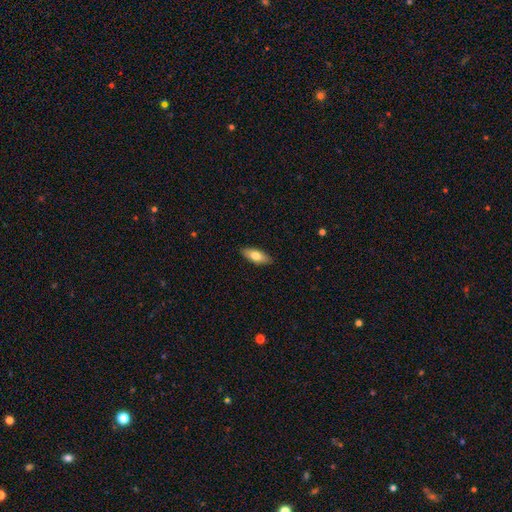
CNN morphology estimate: The model was most divided on "smooth or featured": smooth: 74%, featured or disk: 20%, star or artifact: 6%. More confident: merging — none (89%); how rounded — in between (78%).